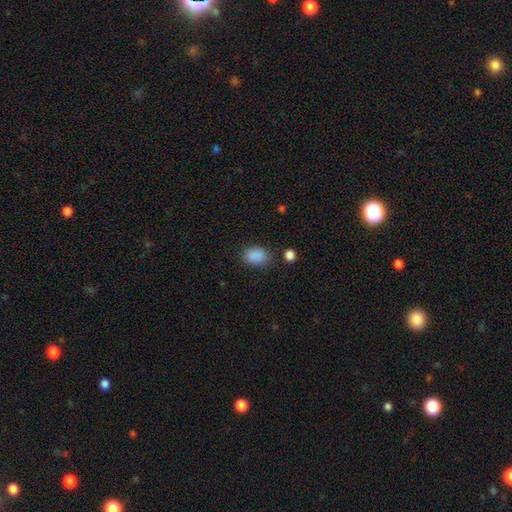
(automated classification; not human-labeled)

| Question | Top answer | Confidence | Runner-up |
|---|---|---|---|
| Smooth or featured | smooth | 87% | star or artifact (9%) |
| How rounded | in between | 78% | round (21%) |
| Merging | none | 78% | minor disturbance (14%) |